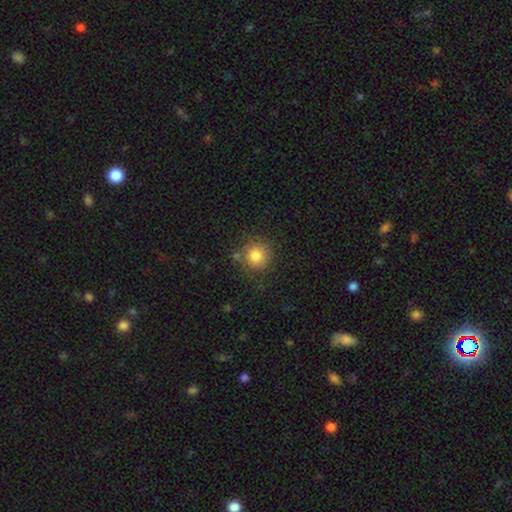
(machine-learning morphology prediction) A smooth galaxy with no disk features (81%) that is round (92%). Merging: none (78%).